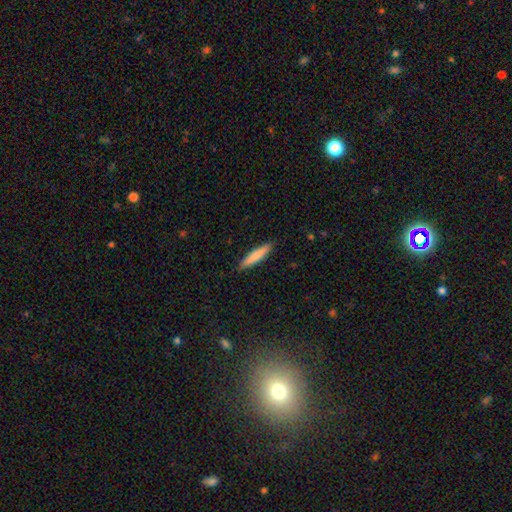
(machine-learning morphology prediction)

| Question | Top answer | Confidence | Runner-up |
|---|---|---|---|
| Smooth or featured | smooth | 80% | featured or disk (15%) |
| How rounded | cigar-shaped | 88% | in between (11%) |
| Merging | none | 89% | minor disturbance (8%) |